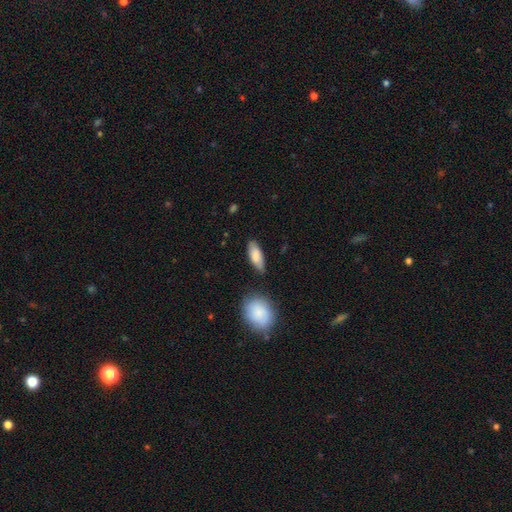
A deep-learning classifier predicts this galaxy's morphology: This appears to be a smooth galaxy with no disk features (83%) that is in between round and cigar-shaped (75%). Merging: none (74%).